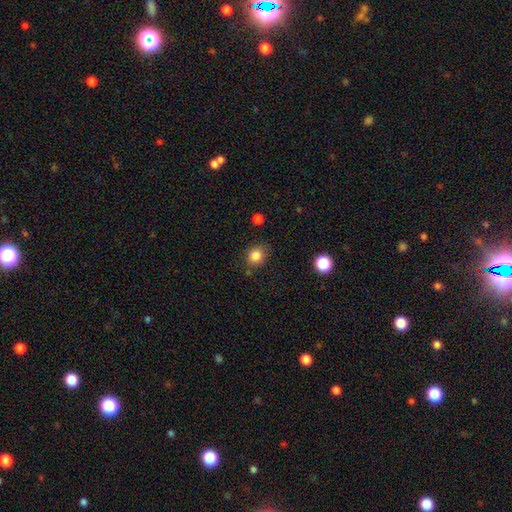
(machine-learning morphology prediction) smooth_or_featured: smooth (p=0.84) [alt: star or artifact p=0.10]
how_rounded: round (p=0.63) [alt: in between p=0.36]
merging: none (p=0.76) [alt: minor disturbance p=0.16]